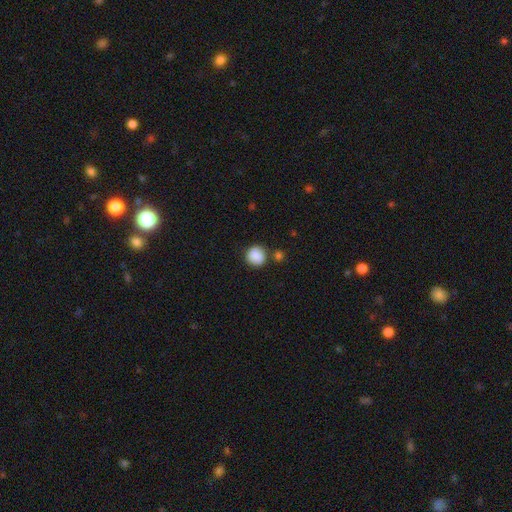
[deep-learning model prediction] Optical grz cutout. It shows a smooth galaxy with no disk features (88%) that is round (89%). Merging: none (77%).